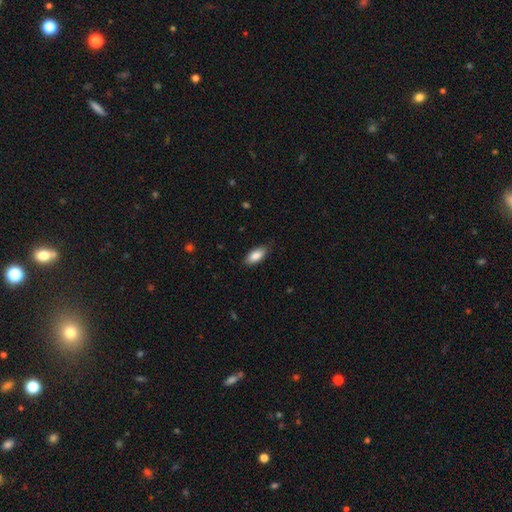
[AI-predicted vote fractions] Smooth or featured?
  - smooth: 86% *
  - featured or disk: 7%
  - star or artifact: 6%
How rounded?
  - in between: 87% *
  - cigar-shaped: 11%
  - round: 2%
Merging?
  - none: 81% *
  - minor disturbance: 15%
  - major disturbance: 3%
  - merger: 1%